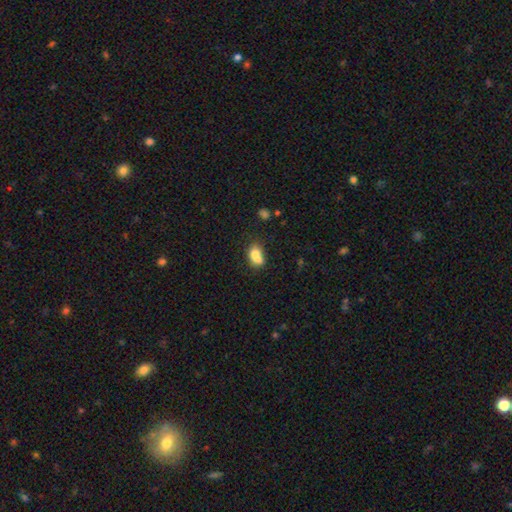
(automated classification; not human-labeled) Q: Smooth or featured?
A: smooth (75%); runner-up: featured or disk (15%)
Q: How rounded?
A: in between (76%); runner-up: round (21%)
Q: Merging?
A: merger (44%); runner-up: none (32%)